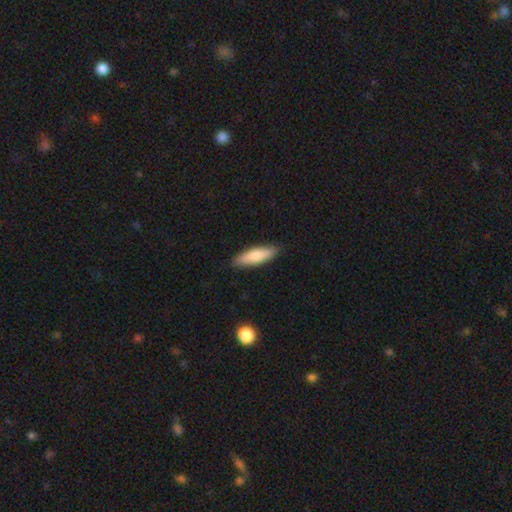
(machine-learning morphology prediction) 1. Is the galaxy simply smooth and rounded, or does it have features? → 79% smooth, 15% featured or disk, 5% star or artifact.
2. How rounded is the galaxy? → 58% cigar-shaped, 41% in between, 2% round.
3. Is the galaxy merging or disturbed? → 88% none, 9% minor disturbance, 2% major disturbance, 1% merger.